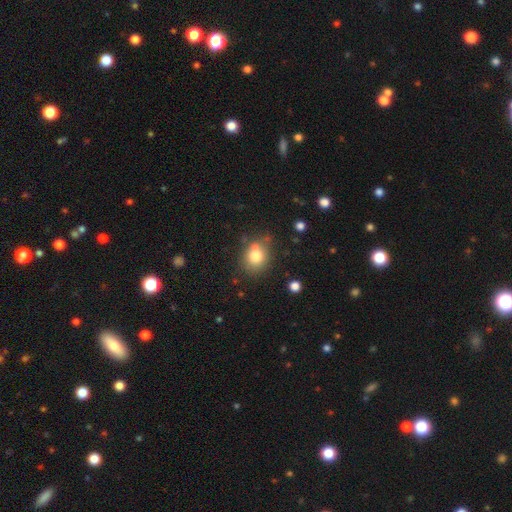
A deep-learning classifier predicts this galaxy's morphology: smooth 78%, featured or disk 12%, star or artifact 11%. Down the decision tree: how rounded — round (68%); merging — none (62%).